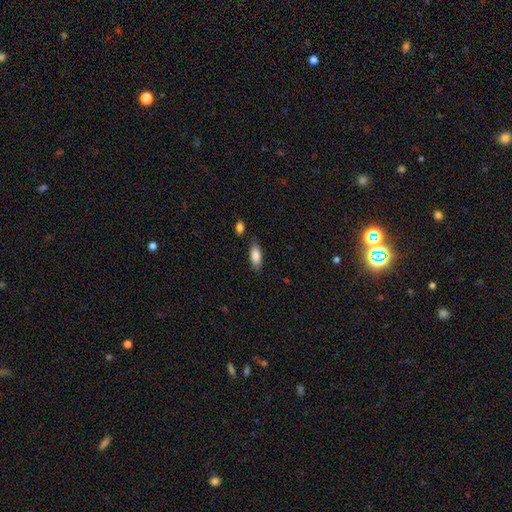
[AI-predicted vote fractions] smooth 86%, featured or disk 7%, star or artifact 6%. Down the decision tree: how rounded — in between (79%); merging — none (81%).